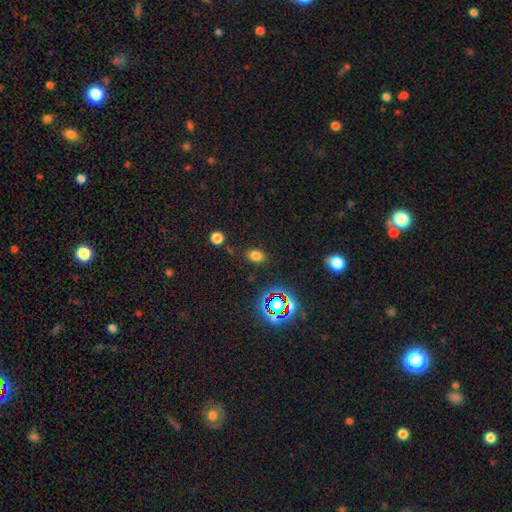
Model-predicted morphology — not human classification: Smooth or featured: smooth — 75% (star or artifact — 19%)
How rounded: in between — 81% (round — 17%)
Merging: none — 84% (minor disturbance — 10%)